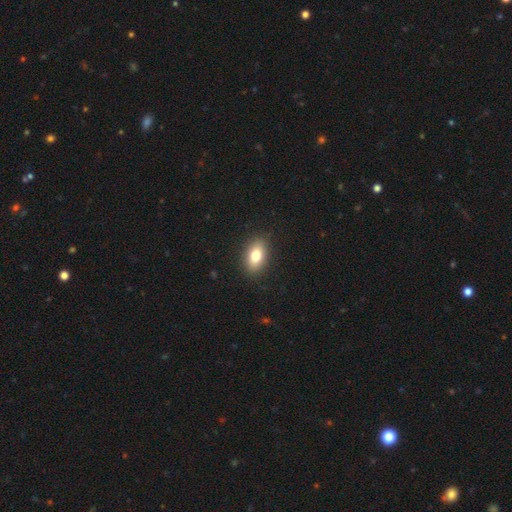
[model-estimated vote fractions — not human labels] smooth-or-featured: smooth: 79% | featured or disk: 13% | star or artifact: 8%
  how-rounded: in between: 88% | round: 9% | cigar-shaped: 4%
  merging: none: 89% | minor disturbance: 8% | major disturbance: 2% | merger: 1%